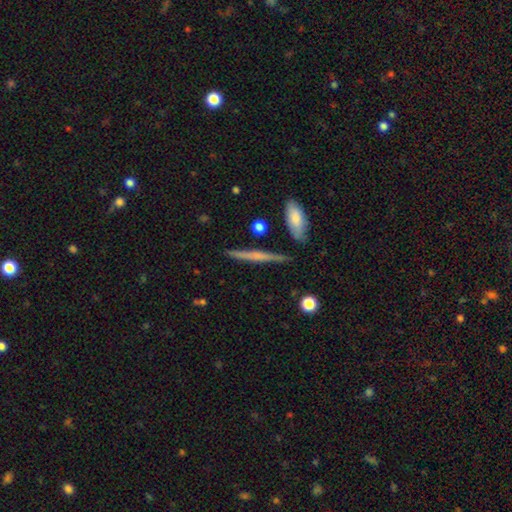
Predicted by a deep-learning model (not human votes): Q: Smooth or featured?
A: featured or disk (51%); runner-up: smooth (42%)
Q: Edge-on disk?
A: yes (96%); runner-up: no (4%)
Q: Merging?
A: none (86%); runner-up: minor disturbance (8%)